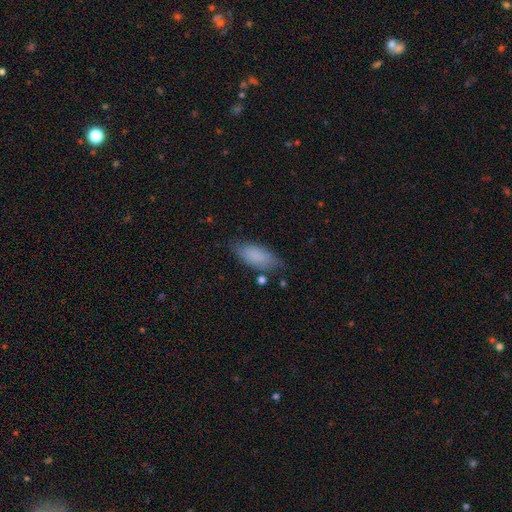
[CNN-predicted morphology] Smooth or featured? smooth (84%)
How rounded? in between (81%)
Merging? none (72%)